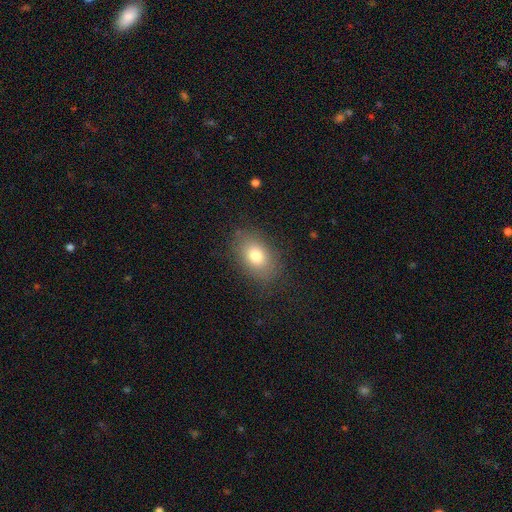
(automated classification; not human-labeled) A smooth galaxy with no disk features (78%) that is in between round and cigar-shaped (81%).

Vote fractions:
- Smooth or featured? smooth: 78% / featured or disk: 12% / star or artifact: 10%
- How rounded? in between: 81% / round: 17% / cigar-shaped: 1%
- Merging? none: 82% / minor disturbance: 12% / major disturbance: 5% / merger: 1%